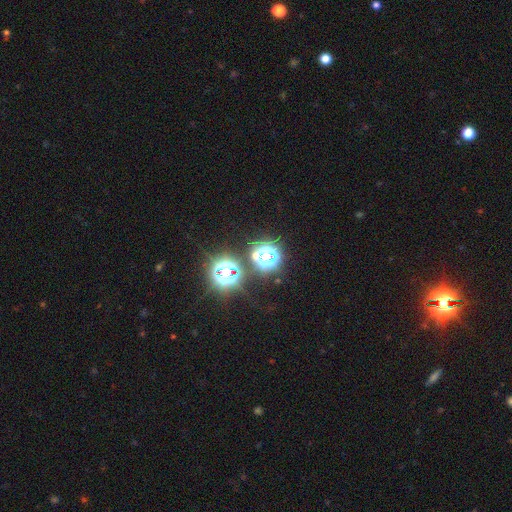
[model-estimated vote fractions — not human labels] smooth_or_featured: star or artifact (p=0.72) [alt: smooth p=0.19]